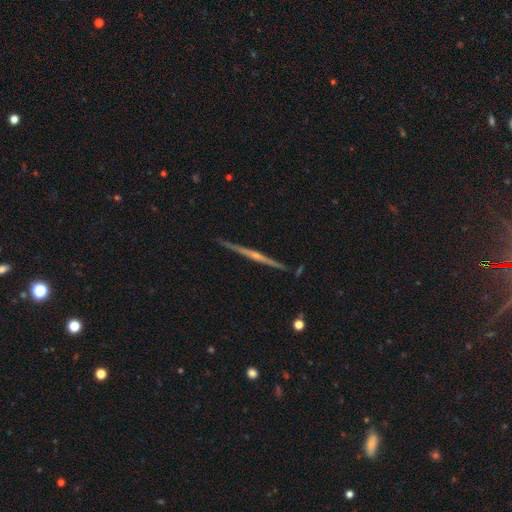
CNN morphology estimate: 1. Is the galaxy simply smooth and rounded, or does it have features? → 82% featured or disk, 12% smooth, 5% star or artifact.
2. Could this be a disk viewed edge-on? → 98% yes, 2% no.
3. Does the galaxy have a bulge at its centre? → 62% rounded, 31% none, 7% boxy.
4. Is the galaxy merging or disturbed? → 90% none, 7% minor disturbance, 2% merger, 1% major disturbance.